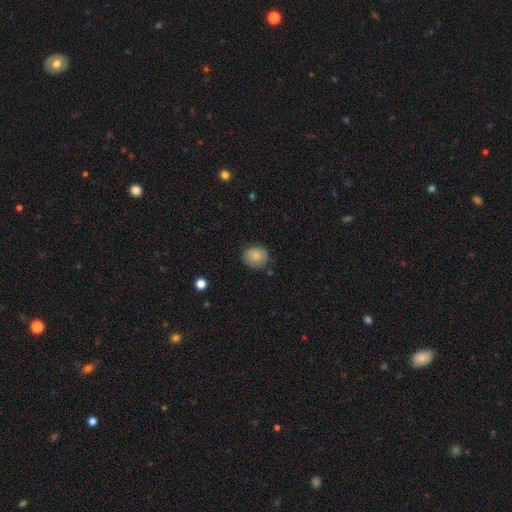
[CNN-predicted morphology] A smooth galaxy with no disk features (85%) that is round (76%). Merging: none (80%).